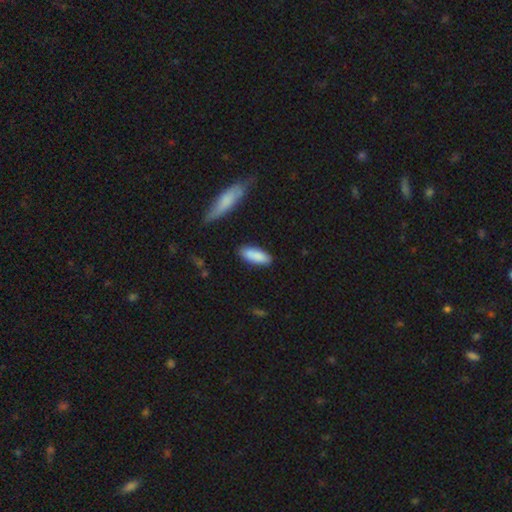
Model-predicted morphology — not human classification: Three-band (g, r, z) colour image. It shows a smooth galaxy with no disk features (87%) that is in between round and cigar-shaped (69%). Merging: none (83%).